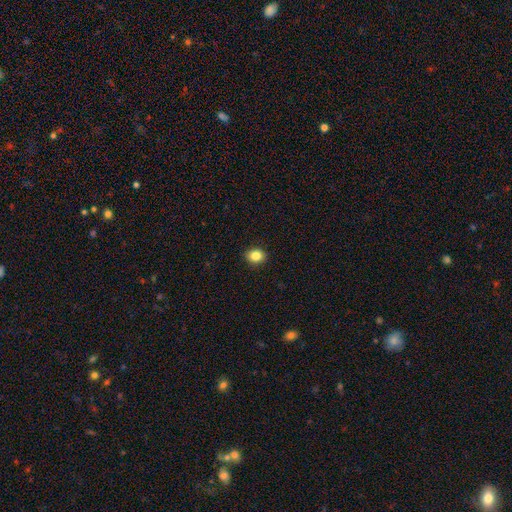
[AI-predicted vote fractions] This is clearly a smooth galaxy (85%). How rounded: likely round (61%). Merging: clearly none (91%).